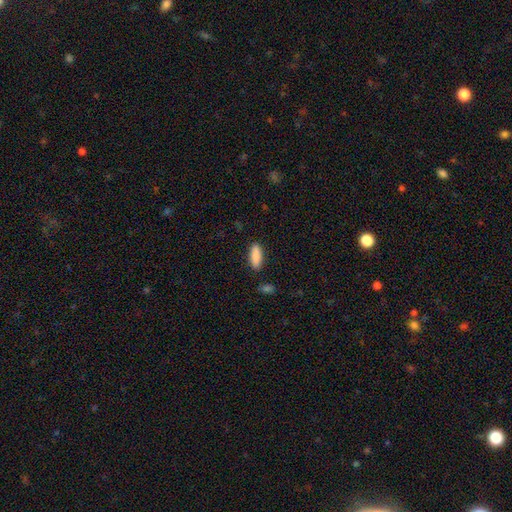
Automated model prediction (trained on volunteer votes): A smooth galaxy with no disk features (88%) that is in between round and cigar-shaped (61%). Merging: none (86%).